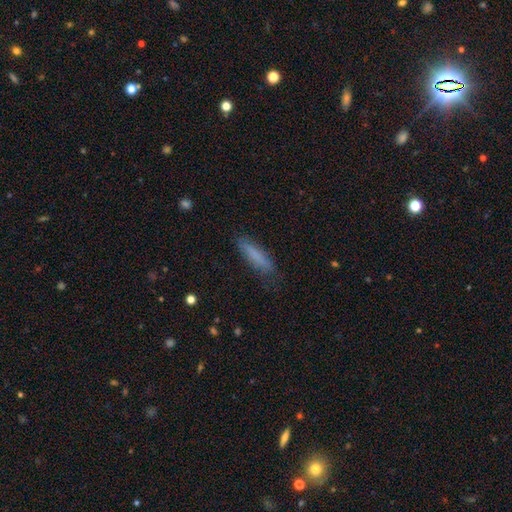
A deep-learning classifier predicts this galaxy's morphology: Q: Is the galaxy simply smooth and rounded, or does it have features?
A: smooth — 78%.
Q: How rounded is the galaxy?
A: cigar-shaped — 79%.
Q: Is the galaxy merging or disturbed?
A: none — 79%.